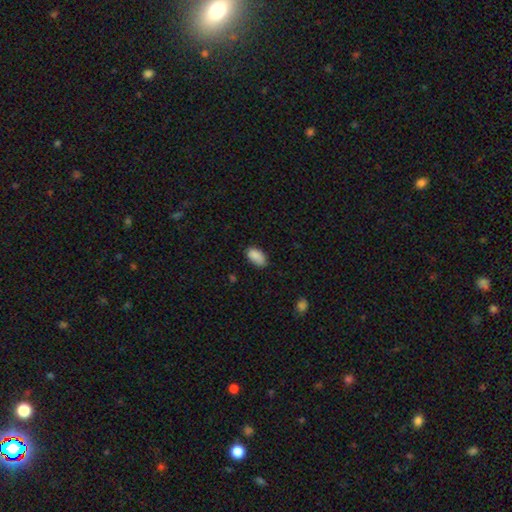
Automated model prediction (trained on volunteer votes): Smooth or featured? Predicted: smooth (p=0.88). How rounded? Predicted: in between (p=0.93). Merging? Predicted: none (p=0.71).